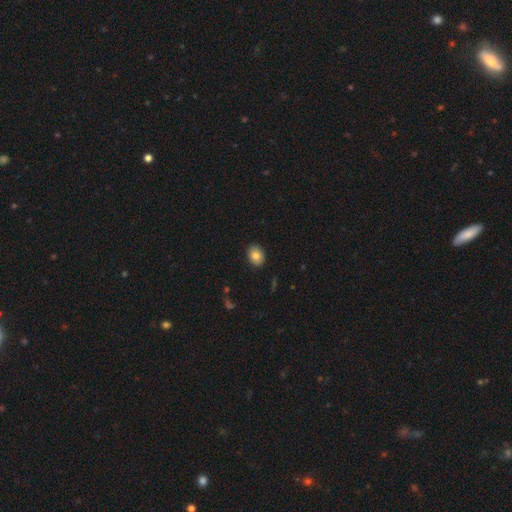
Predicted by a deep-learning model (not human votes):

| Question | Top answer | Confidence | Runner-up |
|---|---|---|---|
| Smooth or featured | smooth | 83% | star or artifact (8%) |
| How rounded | in between | 66% | round (33%) |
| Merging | none | 88% | minor disturbance (9%) |